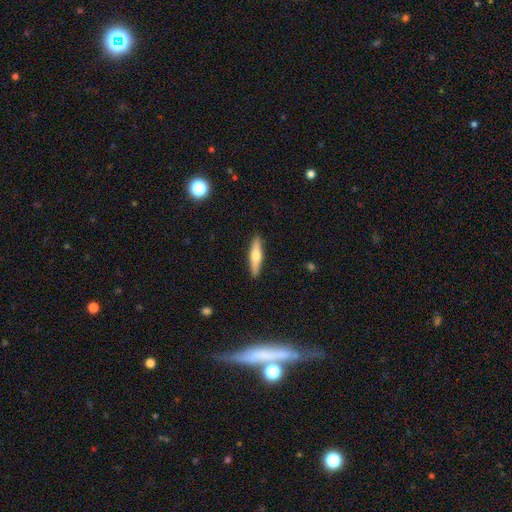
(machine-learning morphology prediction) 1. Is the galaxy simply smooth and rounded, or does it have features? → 50% smooth, 44% featured or disk, 6% star or artifact.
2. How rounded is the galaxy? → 80% cigar-shaped, 18% in between, 2% round.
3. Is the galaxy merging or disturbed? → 90% none, 7% minor disturbance, 2% major disturbance, 1% merger.